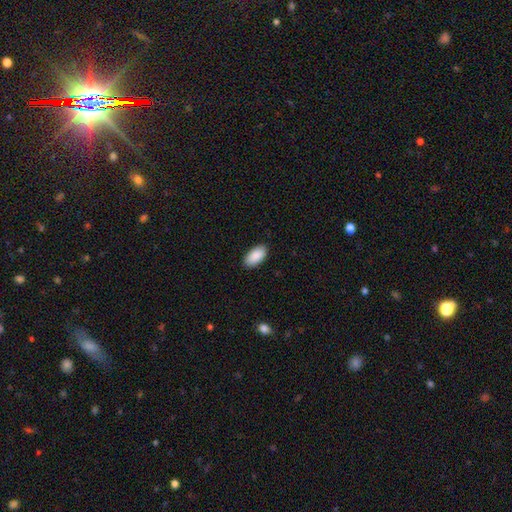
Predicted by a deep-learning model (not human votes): smooth-or-featured: smooth: 91% | star or artifact: 6% | featured or disk: 3%
  how-rounded: in between: 95% | cigar-shaped: 3% | round: 2%
  merging: none: 89% | minor disturbance: 9% | major disturbance: 2% | merger: 1%